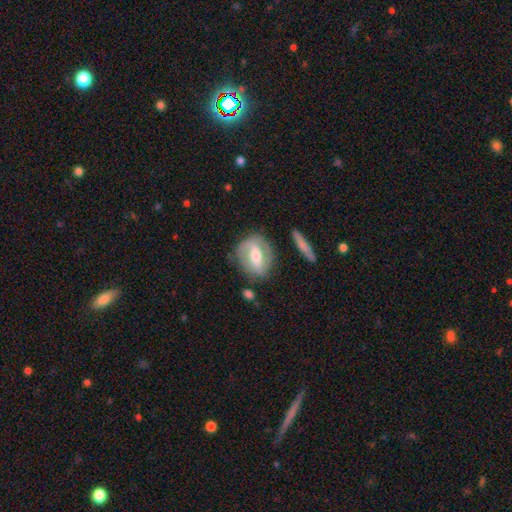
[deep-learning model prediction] Morphology: type=featured or disk (62%); edge-on=no (92%); bar=strong (46%); spiral arms=yes (67%); bulge=moderate (67%); merging=none (72%).